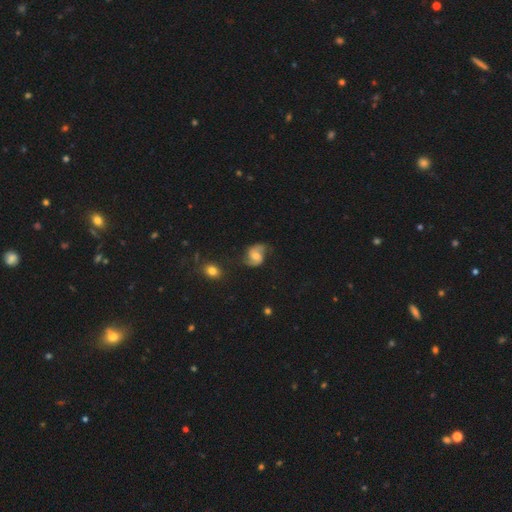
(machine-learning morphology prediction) Smooth or featured?
  - featured or disk: 72% *
  - smooth: 20%
  - star or artifact: 8%
Edge-on disk?
  - no: 97% *
  - yes: 3%
Bar?
  - no: 57% *
  - weak: 35%
  - strong: 8%
Spiral arms?
  - yes: 94% *
  - no: 6%
Spiral winding?
  - loose: 47% *
  - medium: 40%
  - tight: 13%
Spiral arm count?
  - 2: 90% *
  - can't tell: 4%
  - 1: 3%
  - 3: 1%
  - 4: 1%
  - more than 4: 1%
Bulge size?
  - moderate: 51% *
  - small: 36%
  - large: 6%
  - none: 5%
  - dominant: 2%
Merging?
  - none: 67% *
  - minor disturbance: 21%
  - major disturbance: 9%
  - merger: 2%